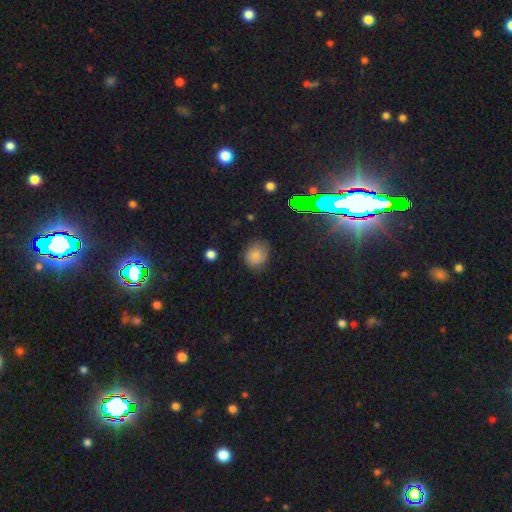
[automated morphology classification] Q: Smooth or featured?
A: smooth (72%); runner-up: featured or disk (14%)
Q: How rounded?
A: round (65%); runner-up: in between (34%)
Q: Merging?
A: none (69%); runner-up: minor disturbance (23%)